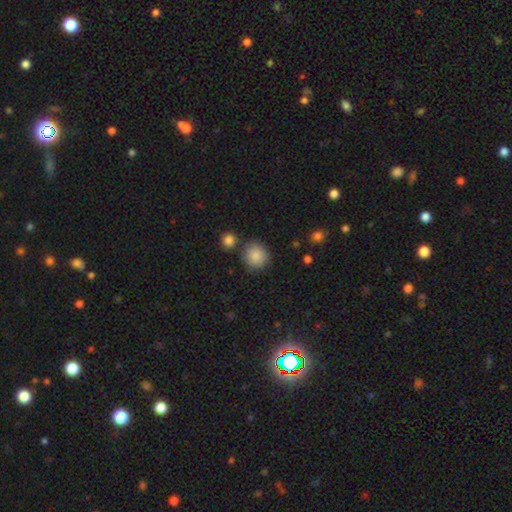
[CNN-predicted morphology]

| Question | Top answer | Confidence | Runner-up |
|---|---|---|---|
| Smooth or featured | smooth | 88% | star or artifact (8%) |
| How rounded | round | 89% | in between (10%) |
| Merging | none | 80% | minor disturbance (9%) |